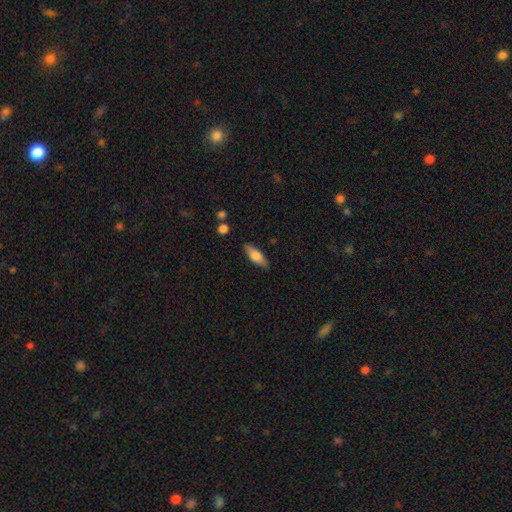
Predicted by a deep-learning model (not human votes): smooth-or-featured: smooth: 66% | featured or disk: 28% | star or artifact: 6%
  how-rounded: in between: 57% | cigar-shaped: 40% | round: 3%
  merging: none: 86% | minor disturbance: 11% | major disturbance: 2% | merger: 2%